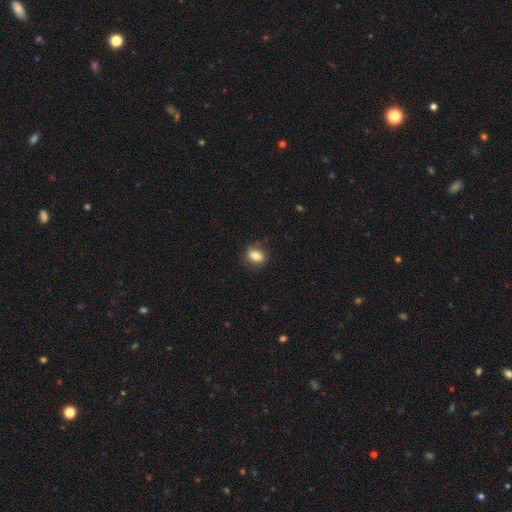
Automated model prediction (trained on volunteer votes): Overall: smooth (83%). How rounded: in between (64%; round 35%). Merging: none (80%).